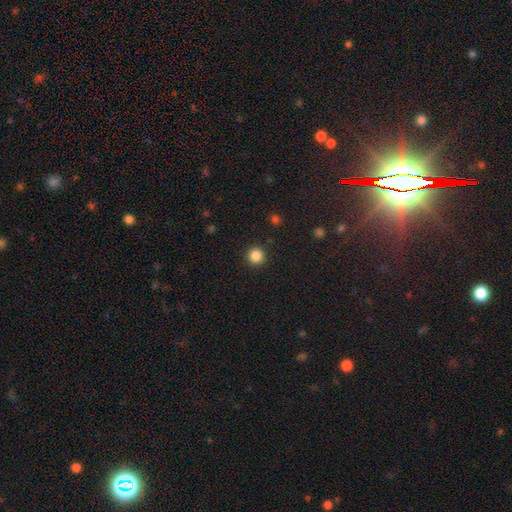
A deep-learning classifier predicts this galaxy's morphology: Smooth or featured: smooth — 85% (star or artifact — 11%)
How rounded: round — 95% (in between — 4%)
Merging: none — 92% (minor disturbance — 5%)